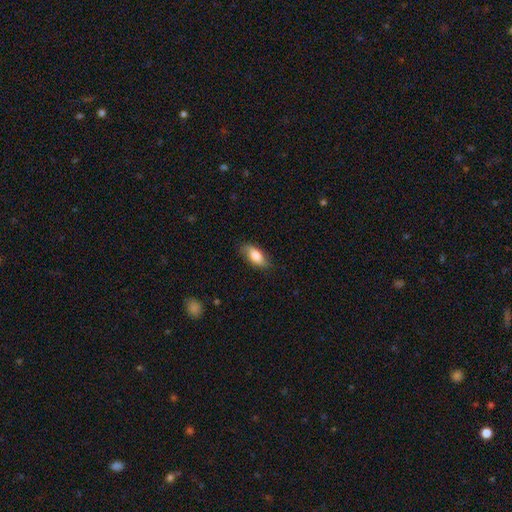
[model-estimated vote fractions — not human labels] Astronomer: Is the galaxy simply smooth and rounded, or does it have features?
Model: smooth — 79%.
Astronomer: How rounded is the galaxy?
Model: in between — 84%.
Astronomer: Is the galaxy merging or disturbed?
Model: none — 81%.